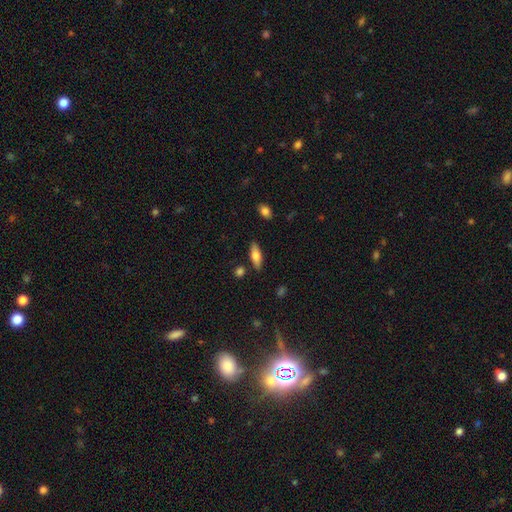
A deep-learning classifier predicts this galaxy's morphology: Smooth or featured? smooth (66%)
How rounded? in between (57%)
Merging? none (83%)